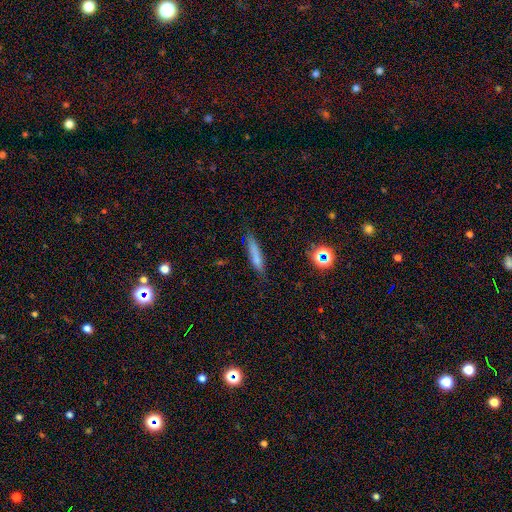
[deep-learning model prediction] This appears to be a smooth galaxy with no disk features (71%) that is cigar-shaped (83%). Merging: none (77%).